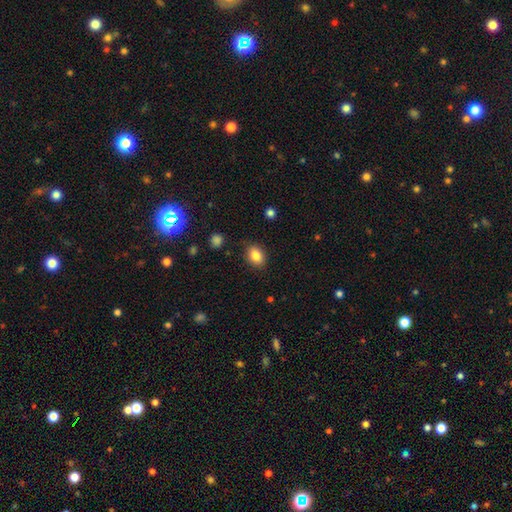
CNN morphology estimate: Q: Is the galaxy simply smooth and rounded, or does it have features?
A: smooth — 85%.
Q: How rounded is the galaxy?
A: in between — 73%.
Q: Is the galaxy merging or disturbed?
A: none — 85%.